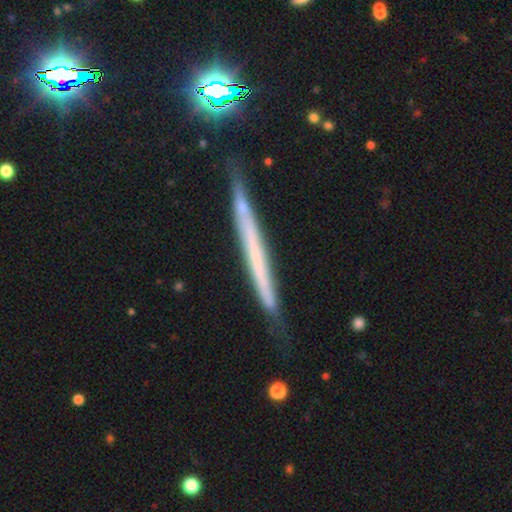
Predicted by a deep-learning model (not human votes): Smooth or featured?
  - featured or disk: 55% *
  - smooth: 35%
  - star or artifact: 10%
Edge-on disk?
  - yes: 95% *
  - no: 5%
Edge-on bulge?
  - none: 90% *
  - rounded: 5%
  - boxy: 4%
Merging?
  - none: 80% *
  - minor disturbance: 15%
  - major disturbance: 2%
  - merger: 2%